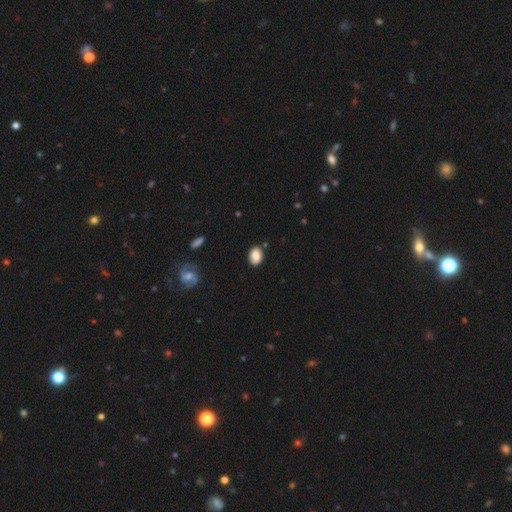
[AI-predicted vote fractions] Smooth or featured? Predicted: smooth (p=0.82). How rounded? Predicted: in between (p=0.73). Merging? Predicted: none (p=0.76).